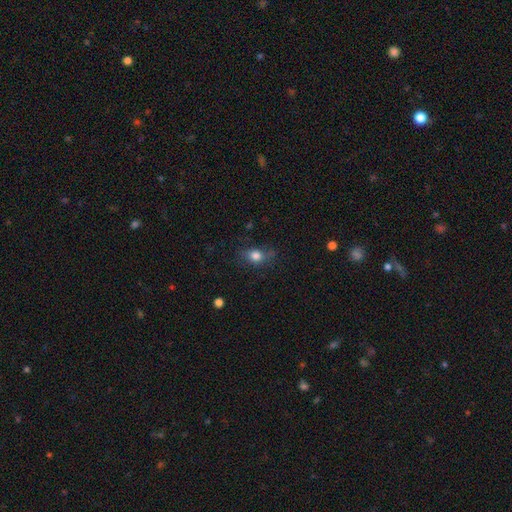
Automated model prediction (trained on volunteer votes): A smooth galaxy with no disk features (79%) that is in between round and cigar-shaped (58%).

Vote fractions:
- Smooth or featured? smooth: 79% / star or artifact: 11% / featured or disk: 10%
- How rounded? in between: 58% / round: 39% / cigar-shaped: 3%
- Merging? none: 66% / minor disturbance: 24% / major disturbance: 8% / merger: 2%